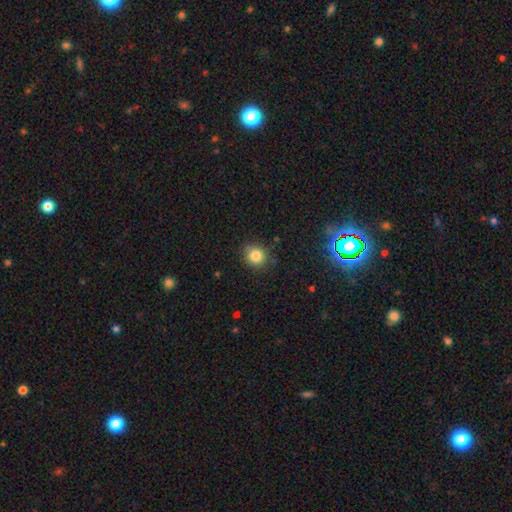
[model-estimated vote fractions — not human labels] A smooth galaxy with no disk features (84%) that is round (84%).

Vote fractions:
- Smooth or featured? smooth: 84% / star or artifact: 11% / featured or disk: 5%
- How rounded? round: 84% / in between: 15% / cigar-shaped: 1%
- Merging? none: 82% / minor disturbance: 13% / major disturbance: 3% / merger: 2%